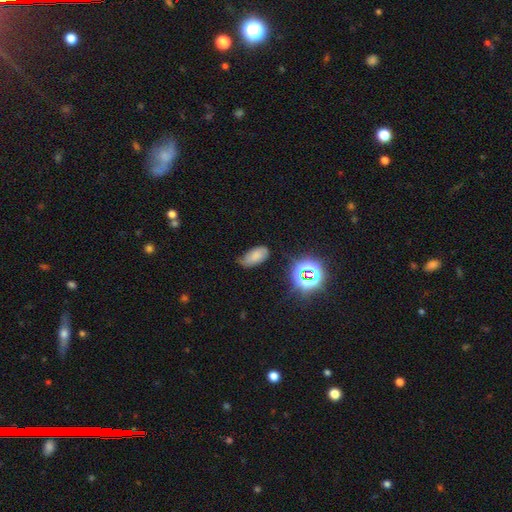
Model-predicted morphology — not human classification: The model was most divided on "merging": none: 56%, minor disturbance: 32%, major disturbance: 9%, merger: 2%. More confident: how rounded — in between (92%); smooth or featured — smooth (63%).